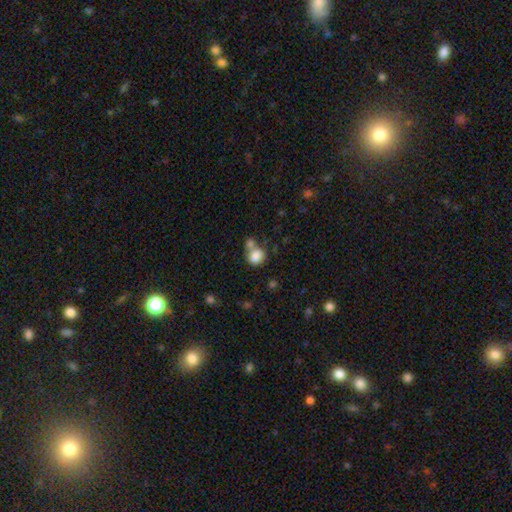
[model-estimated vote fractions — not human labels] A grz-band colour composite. It shows a smooth galaxy with no disk features (83%) that is round (63%). Merging: merger (44%).